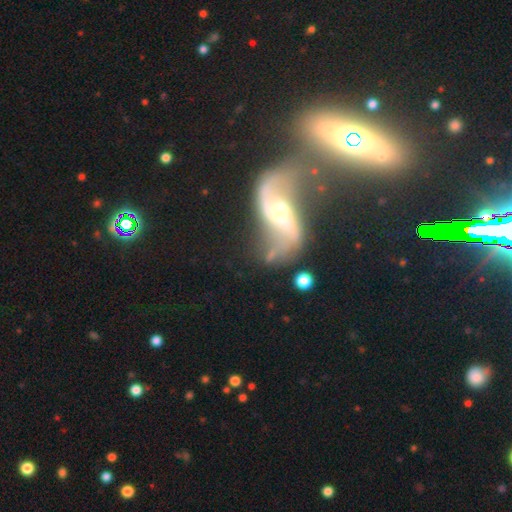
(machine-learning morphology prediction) This is clearly a featured or disk galaxy (84%). It is clearly not viewed edge-on (94%). Bar: marginally no (45%). Spiral arm pattern: clearly yes (92%). Spiral arm count: clearly 2 (91%). Spiral winding: clearly loose (80%). Central bulge: possibly small (48%). Merging: marginally none (39%).